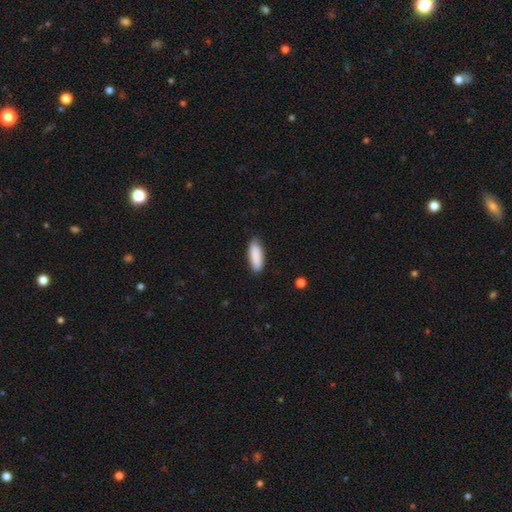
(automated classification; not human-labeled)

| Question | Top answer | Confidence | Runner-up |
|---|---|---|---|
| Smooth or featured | smooth | 89% | star or artifact (6%) |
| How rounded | in between | 61% | cigar-shaped (38%) |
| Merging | none | 84% | minor disturbance (12%) |